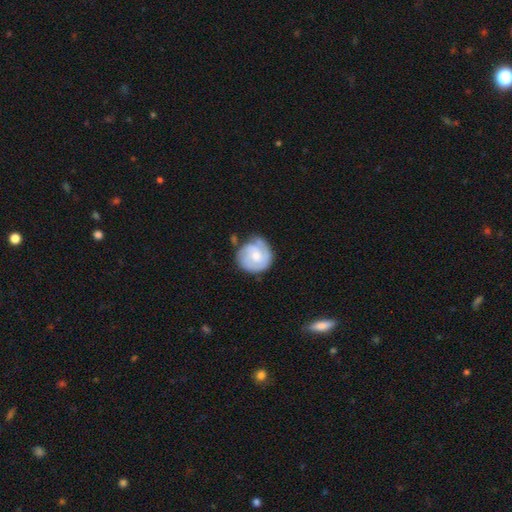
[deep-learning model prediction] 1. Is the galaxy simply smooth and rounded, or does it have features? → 62% featured or disk, 33% smooth, 5% star or artifact.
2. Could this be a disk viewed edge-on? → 98% no, 2% yes.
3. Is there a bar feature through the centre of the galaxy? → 65% no, 31% weak, 4% strong.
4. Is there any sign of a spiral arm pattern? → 87% yes, 13% no.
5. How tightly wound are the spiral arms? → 57% tight, 32% medium, 10% loose.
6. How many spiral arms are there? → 37% 2, 27% can't tell, 20% 3, 9% 1, 4% 4, 3% more than 4.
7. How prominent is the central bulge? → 50% moderate, 41% small, 4% large, 4% none, 1% dominant.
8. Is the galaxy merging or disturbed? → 64% none, 25% minor disturbance, 8% major disturbance, 3% merger.